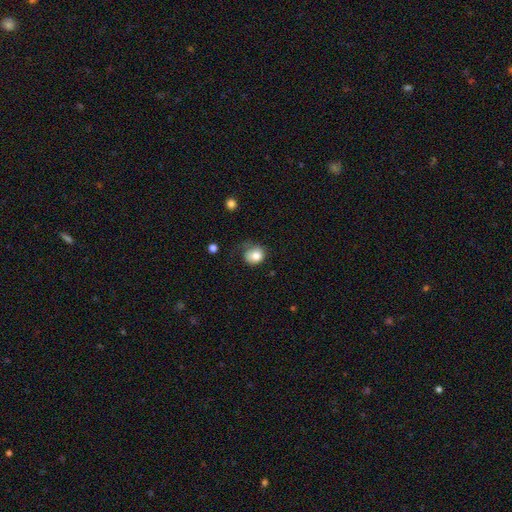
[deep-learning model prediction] Overall: smooth (79%). How rounded: round (69%; in between 31%). Merging: none (43%; minor disturbance 31%).